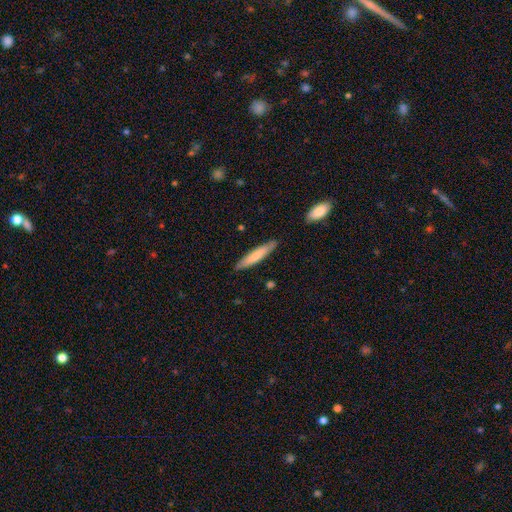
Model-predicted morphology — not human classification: This appears to be a smooth galaxy with no disk features (73%) that is cigar-shaped (89%). Merging: none (87%).